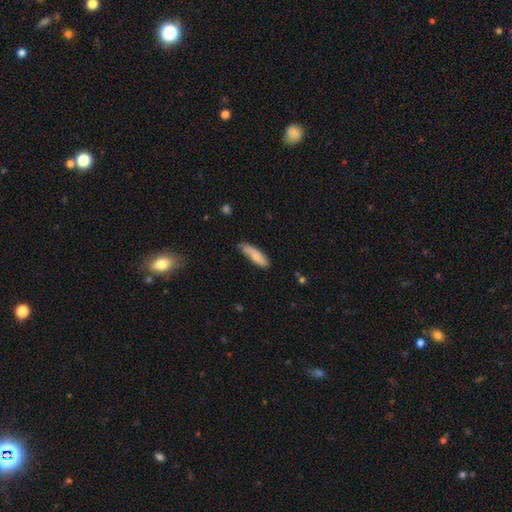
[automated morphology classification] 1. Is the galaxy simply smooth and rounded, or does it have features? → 77% smooth, 18% featured or disk, 6% star or artifact.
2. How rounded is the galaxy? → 56% cigar-shaped, 43% in between, 2% round.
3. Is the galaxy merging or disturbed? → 67% none, 26% minor disturbance, 4% major disturbance, 2% merger.